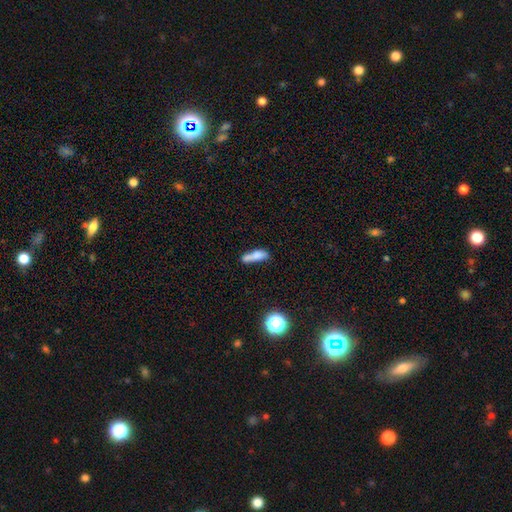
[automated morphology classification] This appears to be a smooth galaxy with no disk features (73%) that is cigar-shaped (49%). Merging: none (40%).